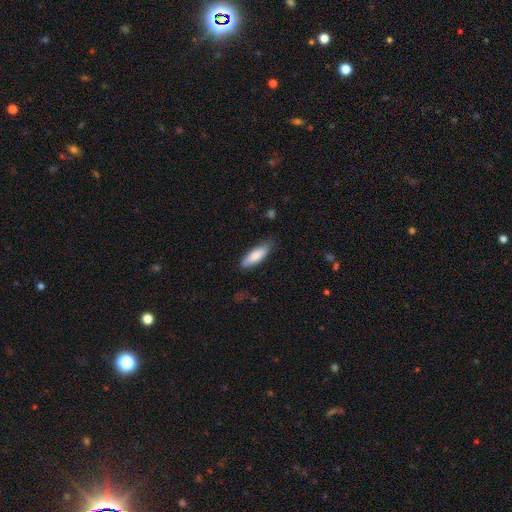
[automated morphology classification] The model was most divided on "how rounded": in between: 53%, cigar-shaped: 46%, round: 2%. More confident: smooth or featured — smooth (83%); merging — none (80%).